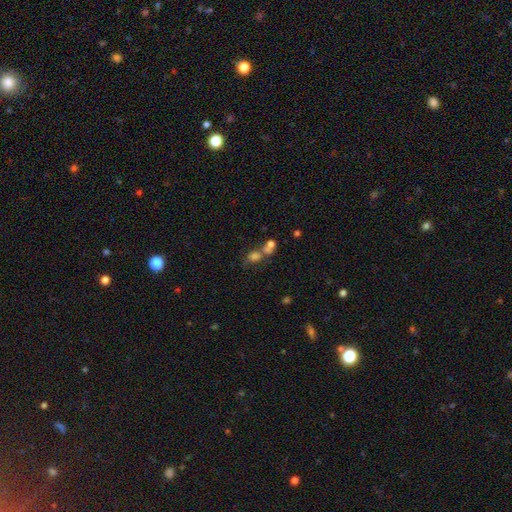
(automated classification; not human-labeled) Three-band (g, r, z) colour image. It shows a smooth galaxy with no disk features (54%) that is round (50%). Merging: merger (49%).